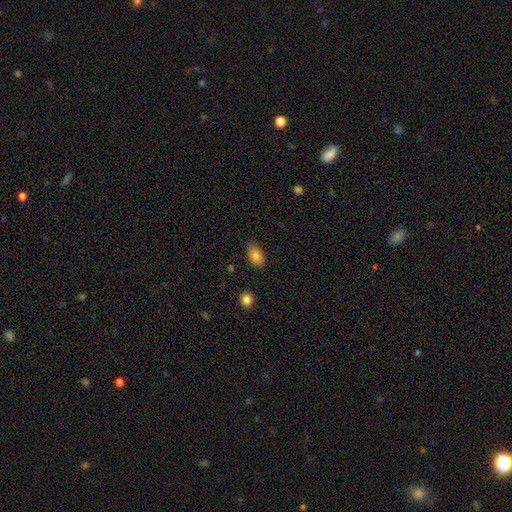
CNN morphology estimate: A smooth galaxy with no disk features (81%) that is in between round and cigar-shaped (88%). Merging: none (74%).